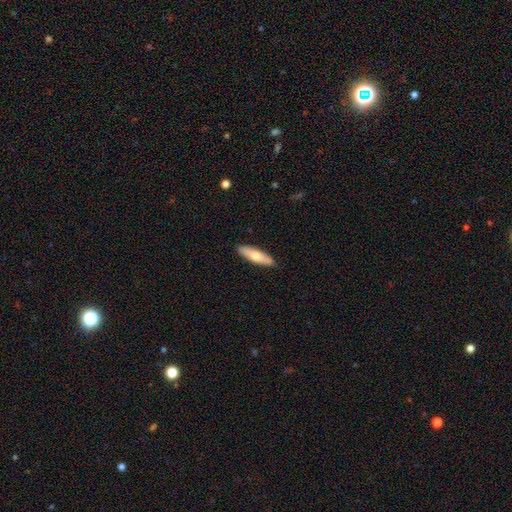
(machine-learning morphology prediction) type=smooth (64%); roundness=cigar-shaped (62%); merging=none (87%).